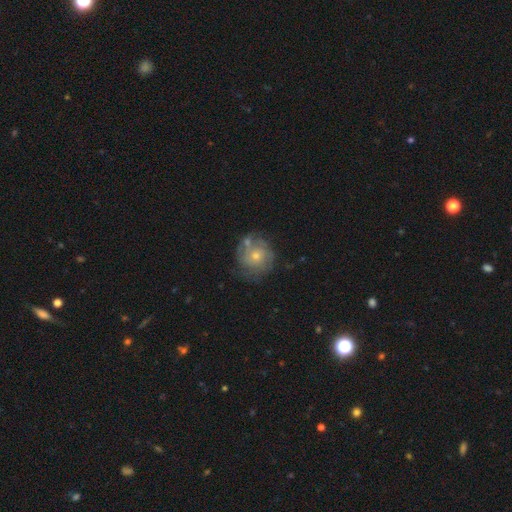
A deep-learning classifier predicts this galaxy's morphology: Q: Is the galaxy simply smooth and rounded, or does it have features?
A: featured or disk — 54%.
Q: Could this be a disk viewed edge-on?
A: no — 97%.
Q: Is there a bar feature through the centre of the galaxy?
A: no — 82%.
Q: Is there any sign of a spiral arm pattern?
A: yes — 70%.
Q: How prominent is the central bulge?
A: small — 55%.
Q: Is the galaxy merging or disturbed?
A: none — 66%.